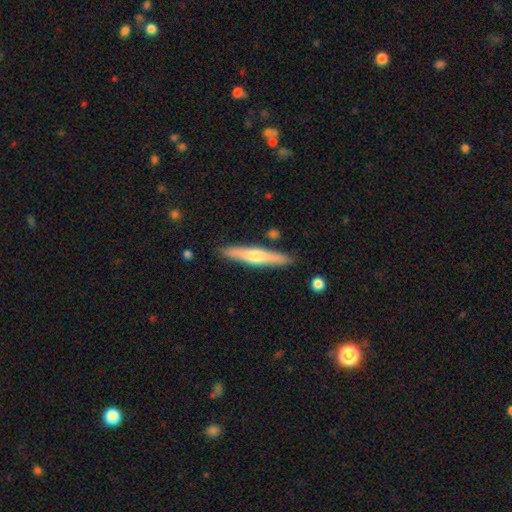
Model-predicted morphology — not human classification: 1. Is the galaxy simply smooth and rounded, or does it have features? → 53% featured or disk, 41% smooth, 6% star or artifact.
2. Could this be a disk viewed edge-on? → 95% yes, 5% no.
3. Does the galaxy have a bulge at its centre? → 82% rounded, 12% none, 6% boxy.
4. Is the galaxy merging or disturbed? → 89% none, 8% minor disturbance, 2% merger, 2% major disturbance.